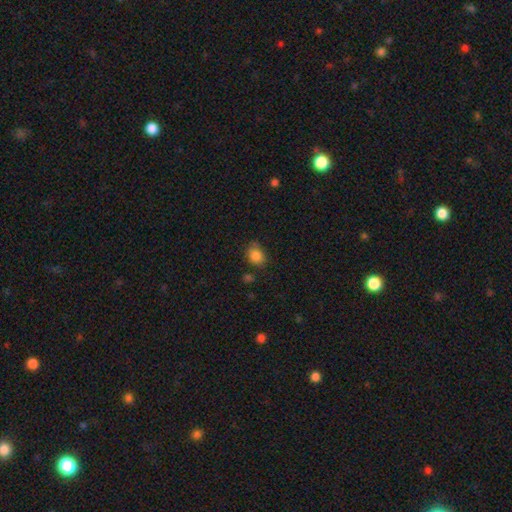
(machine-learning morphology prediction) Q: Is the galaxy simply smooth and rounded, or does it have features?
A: smooth — 84%.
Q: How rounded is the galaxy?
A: in between — 58%.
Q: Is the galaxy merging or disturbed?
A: none — 68%.